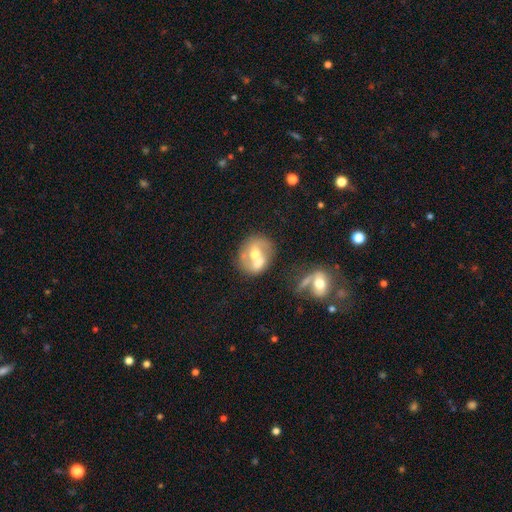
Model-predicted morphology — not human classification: The model was most divided on "merging": merger: 41%, none: 40%, minor disturbance: 12%, major disturbance: 7%. More confident: edge-on disk — no (95%); smooth or featured — featured or disk (52%).